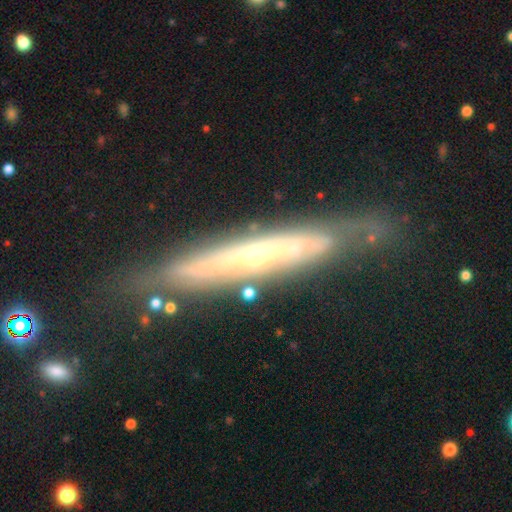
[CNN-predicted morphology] The model was most divided on "edge-on disk": yes: 59%, no: 41%. More confident: smooth or featured — featured or disk (78%); merging — none (72%).